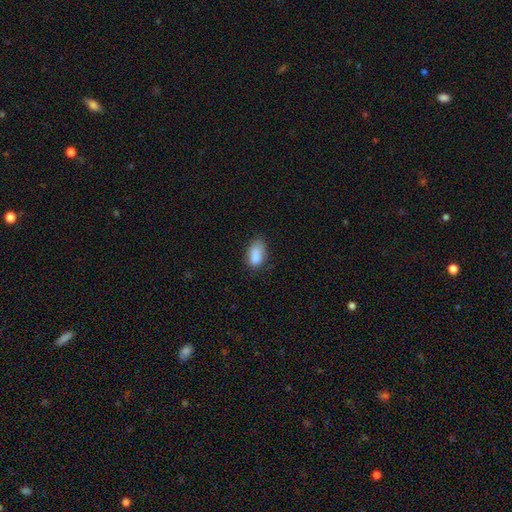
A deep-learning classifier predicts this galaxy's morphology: The model was most divided on "merging": none: 53%, minor disturbance: 32%, major disturbance: 10%, merger: 5%. More confident: how rounded — in between (90%); smooth or featured — smooth (83%).